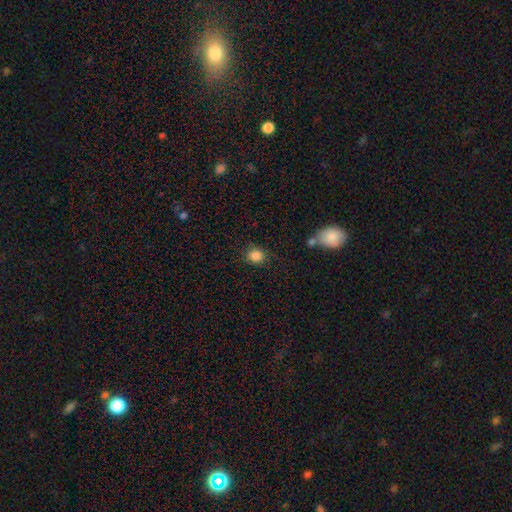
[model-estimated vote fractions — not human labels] Smooth or featured?
  - smooth: 85% *
  - star or artifact: 10%
  - featured or disk: 4%
How rounded?
  - round: 82% *
  - in between: 17%
  - cigar-shaped: 1%
Merging?
  - none: 83% *
  - minor disturbance: 11%
  - merger: 3%
  - major disturbance: 3%